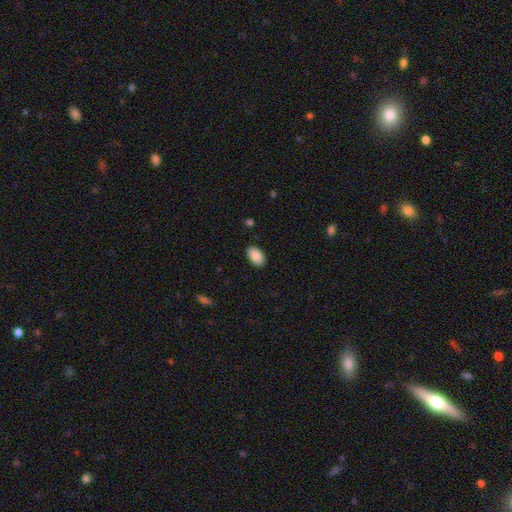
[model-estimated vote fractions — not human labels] Smooth or featured? Predicted: smooth (p=0.89). How rounded? Predicted: in between (p=0.93). Merging? Predicted: none (p=0.88).